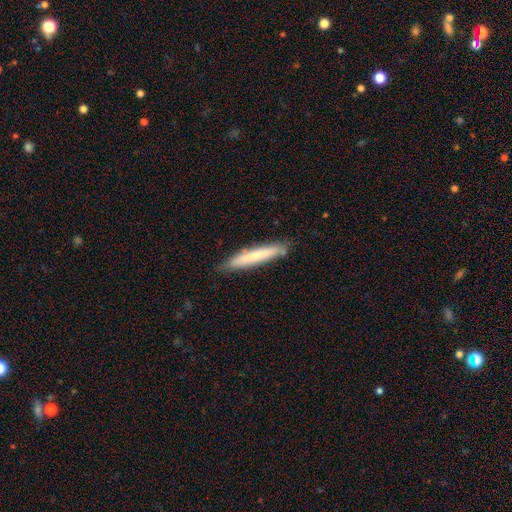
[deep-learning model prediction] Smooth or featured?
  - smooth: 64% *
  - featured or disk: 31%
  - star or artifact: 6%
How rounded?
  - cigar-shaped: 94% *
  - in between: 5%
  - round: 1%
Merging?
  - none: 86% *
  - minor disturbance: 11%
  - major disturbance: 2%
  - merger: 1%